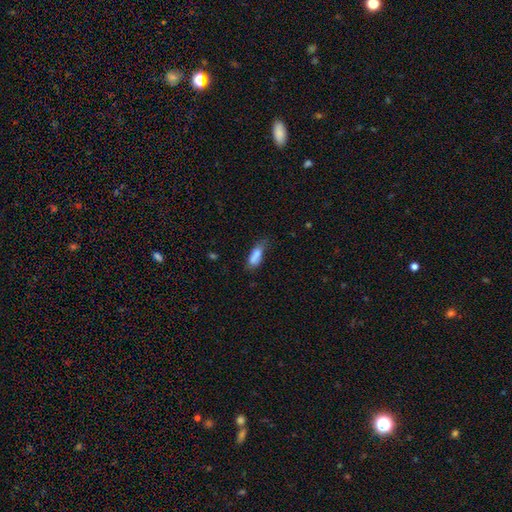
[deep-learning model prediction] A smooth galaxy with no disk features (77%) that is in between round and cigar-shaped (70%). Merging: none (38%).